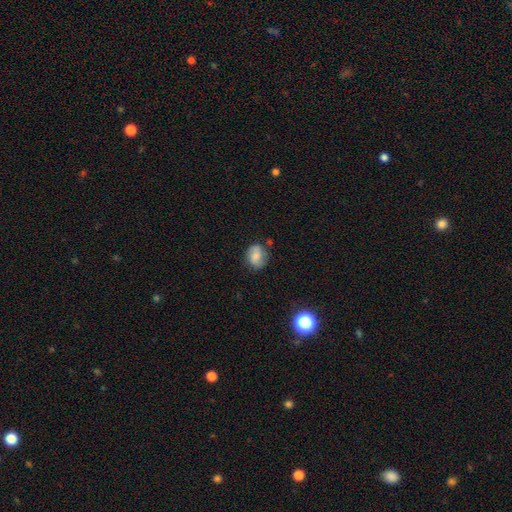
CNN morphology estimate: Smooth or featured: smooth — 64% (featured or disk — 26%)
How rounded: in between — 55% (round — 43%)
Merging: none — 68% (minor disturbance — 22%)